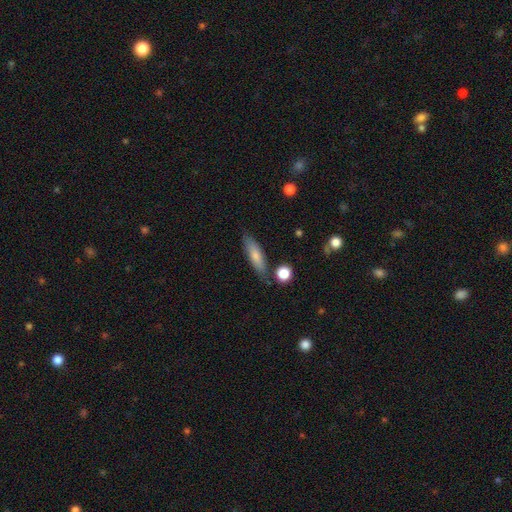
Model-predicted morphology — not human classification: This is likely a smooth galaxy (73%). How rounded: likely cigar-shaped (61%). Merging: likely none (77%).